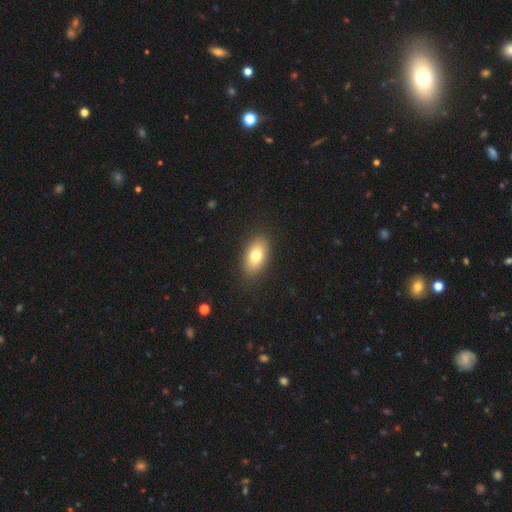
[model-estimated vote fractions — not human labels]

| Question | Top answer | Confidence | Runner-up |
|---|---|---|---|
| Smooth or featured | smooth | 74% | featured or disk (18%) |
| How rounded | in between | 90% | round (7%) |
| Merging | none | 88% | minor disturbance (8%) |